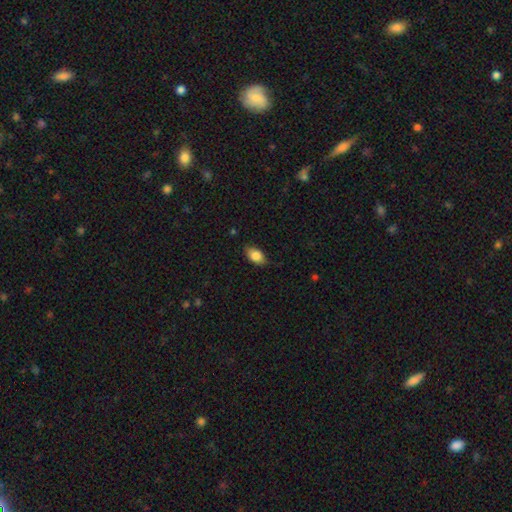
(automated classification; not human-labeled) This appears to be a smooth galaxy with no disk features (84%) that is in between round and cigar-shaped (89%). Merging: none (82%).